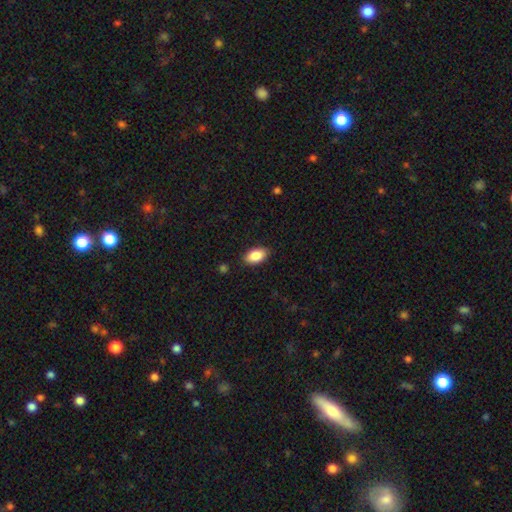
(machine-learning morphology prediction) Smooth or featured? smooth (87%)
How rounded? in between (93%)
Merging? none (87%)